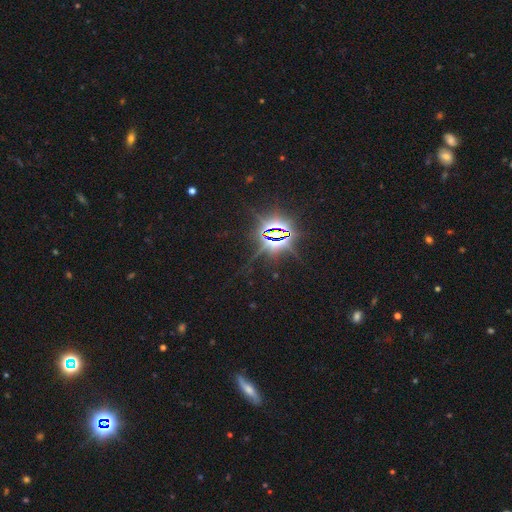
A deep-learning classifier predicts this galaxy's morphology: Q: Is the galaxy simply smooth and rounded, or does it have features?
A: star or artifact — 84%.